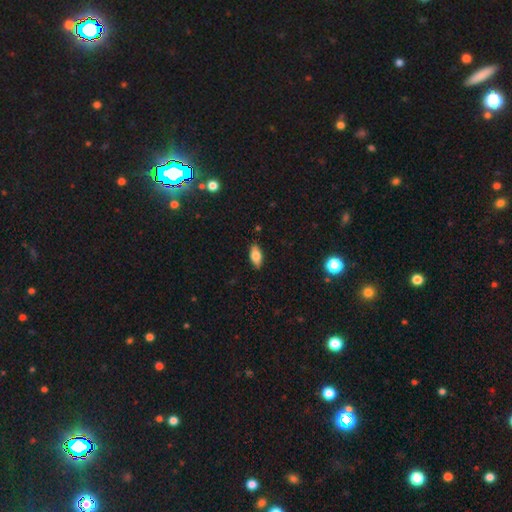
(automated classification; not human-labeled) smooth 72%, featured or disk 21%, star or artifact 8%. Down the decision tree: how rounded — in between (85%); merging — none (86%).